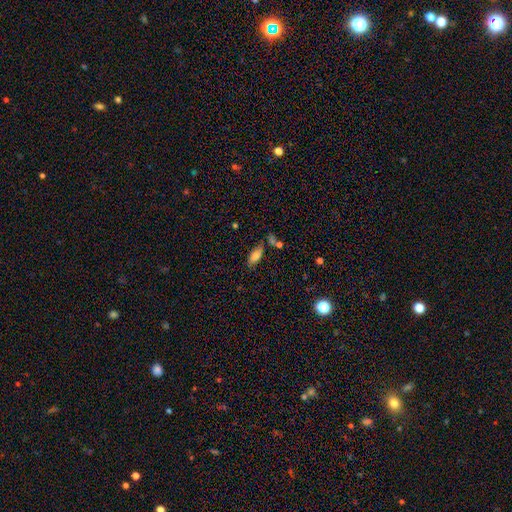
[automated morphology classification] Q: Smooth or featured?
A: smooth (77%); runner-up: featured or disk (14%)
Q: How rounded?
A: in between (79%); runner-up: cigar-shaped (18%)
Q: Merging?
A: none (64%); runner-up: minor disturbance (18%)